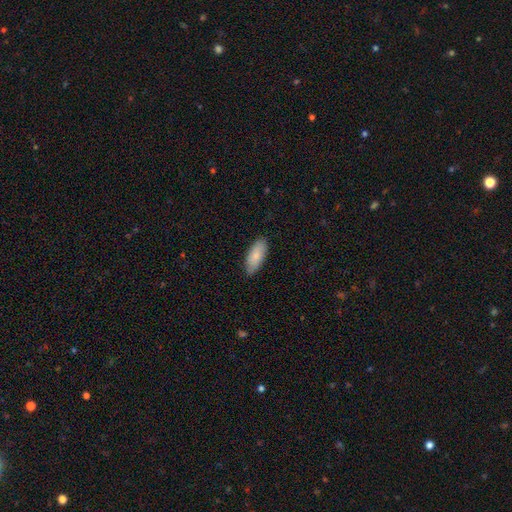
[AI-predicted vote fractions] A smooth galaxy with no disk features (83%) that is in between round and cigar-shaped (84%). Merging: none (85%).